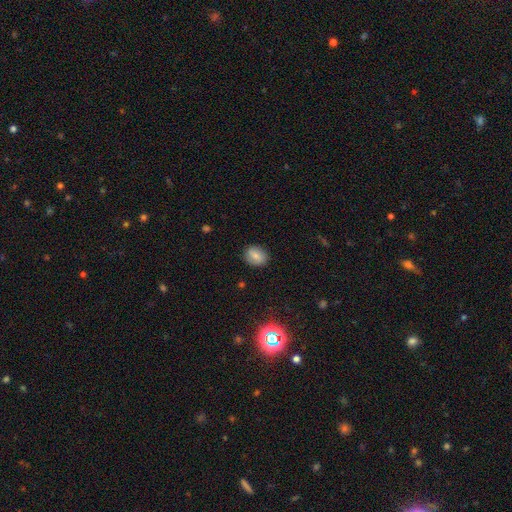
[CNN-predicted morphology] This is likely a smooth galaxy (76%). How rounded: possibly in between (57%). Merging: clearly none (86%).